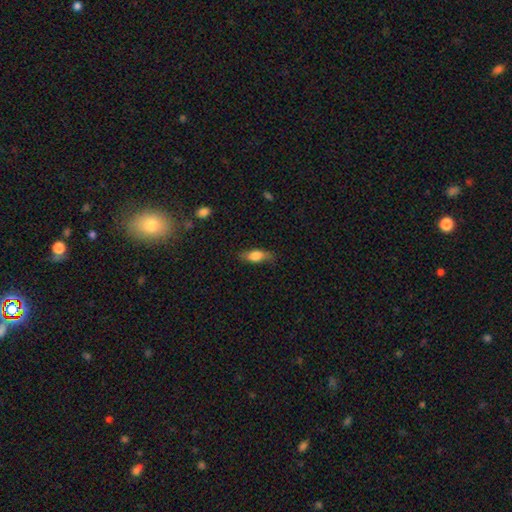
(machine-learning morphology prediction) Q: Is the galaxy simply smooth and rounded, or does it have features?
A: smooth — 72%.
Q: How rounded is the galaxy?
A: in between — 74%.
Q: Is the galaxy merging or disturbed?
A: none — 74%.